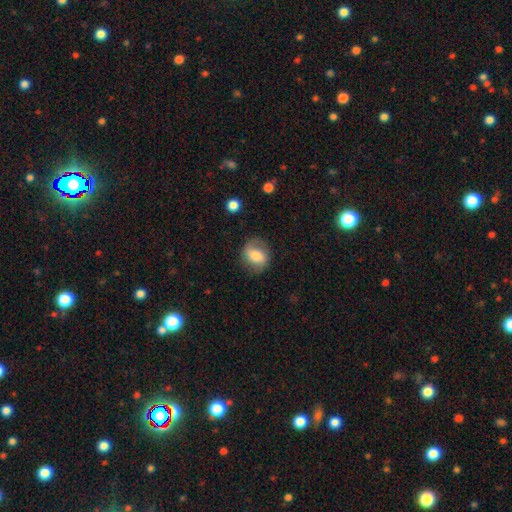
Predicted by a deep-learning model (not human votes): smooth 62%, featured or disk 30%, star or artifact 8%. Down the decision tree: how rounded — round (58%); merging — none (77%).